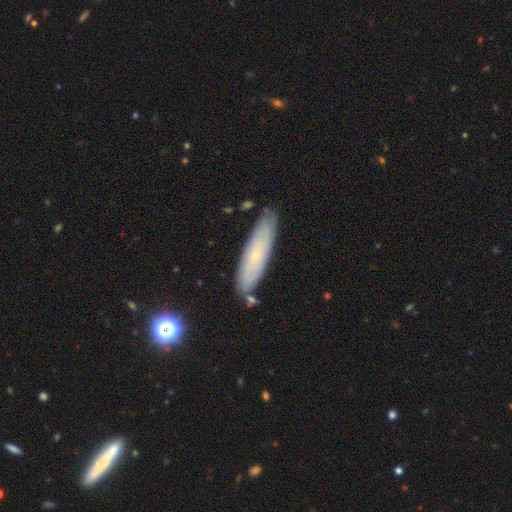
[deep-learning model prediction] A smooth galaxy with no disk features (53%) that is cigar-shaped (73%).

Vote fractions:
- Smooth or featured? smooth: 53% / featured or disk: 39% / star or artifact: 8%
- How rounded? cigar-shaped: 73% / in between: 25% / round: 2%
- Merging? none: 80% / minor disturbance: 14% / merger: 3% / major disturbance: 2%